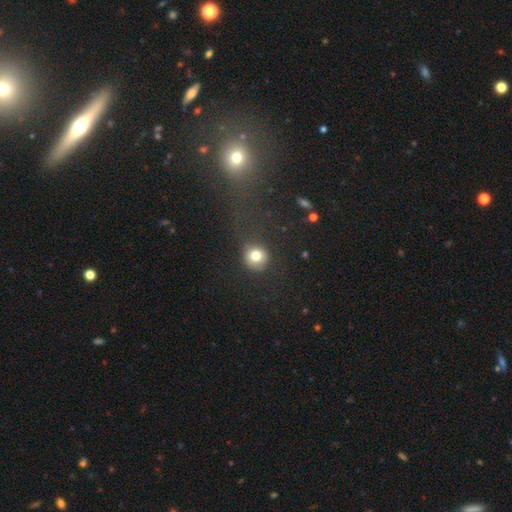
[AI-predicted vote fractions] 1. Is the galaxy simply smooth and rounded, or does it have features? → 78% smooth, 12% star or artifact, 10% featured or disk.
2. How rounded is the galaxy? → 88% round, 11% in between, 1% cigar-shaped.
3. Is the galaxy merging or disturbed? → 69% none, 16% minor disturbance, 12% major disturbance, 3% merger.